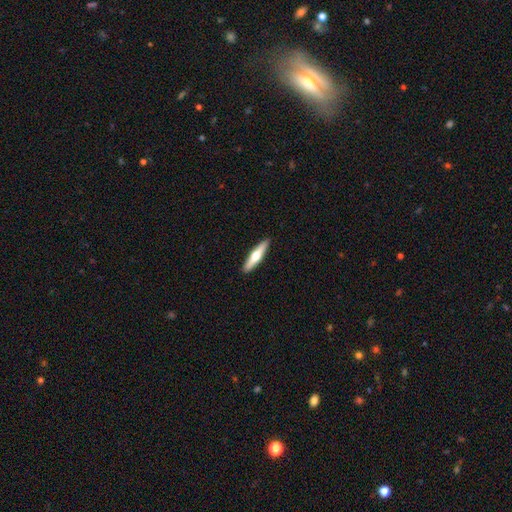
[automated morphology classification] Smooth or featured?
  - featured or disk: 51% *
  - smooth: 44%
  - star or artifact: 5%
Edge-on disk?
  - yes: 94% *
  - no: 6%
Merging?
  - none: 92% *
  - minor disturbance: 6%
  - major disturbance: 1%
  - merger: 1%